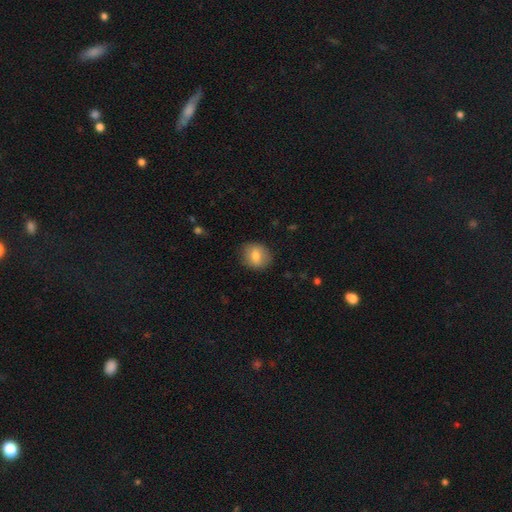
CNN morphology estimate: The model was most divided on "how rounded": round: 71%, in between: 28%, cigar-shaped: 1%. More confident: merging — none (85%); smooth or featured — smooth (73%).